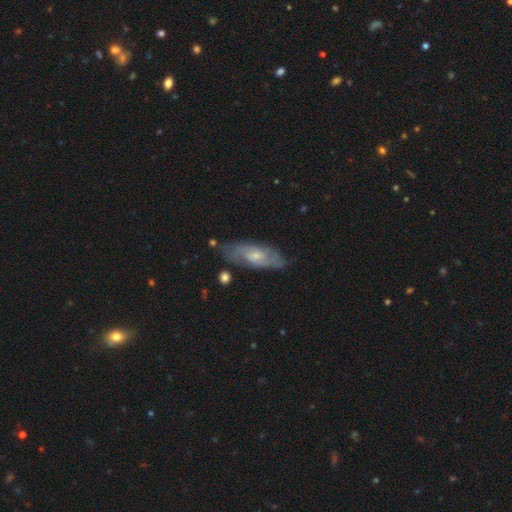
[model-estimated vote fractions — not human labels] smooth_or_featured: featured or disk (p=0.63) [alt: smooth p=0.31]
disk_edge_on: no (p=0.83) [alt: yes p=0.17]
bar: no (p=0.61) [alt: weak p=0.34]
has_spiral_arms: yes (p=0.80) [alt: no p=0.20]
bulge_size: small (p=0.59) [alt: moderate p=0.35]
merging: none (p=0.69) [alt: minor disturbance p=0.21]